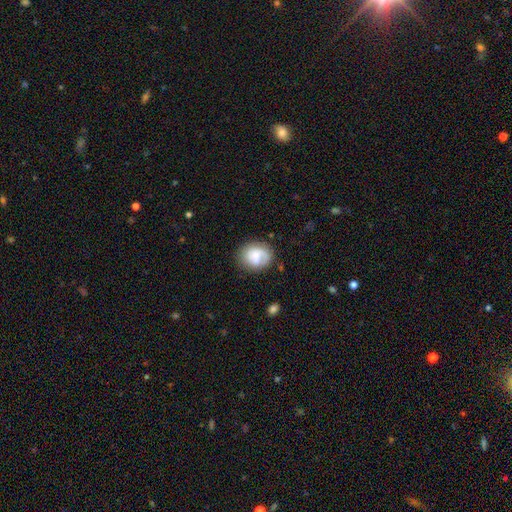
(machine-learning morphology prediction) This appears to be a smooth galaxy with no disk features (65%) that is round (54%). Merging: none (67%).